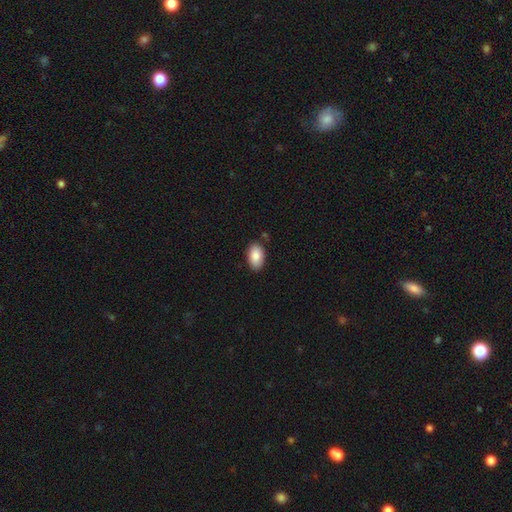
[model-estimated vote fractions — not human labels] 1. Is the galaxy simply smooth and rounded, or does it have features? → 87% smooth, 7% featured or disk, 7% star or artifact.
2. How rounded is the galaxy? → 94% in between, 5% round, 1% cigar-shaped.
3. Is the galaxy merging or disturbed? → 84% none, 11% minor disturbance, 2% merger, 2% major disturbance.